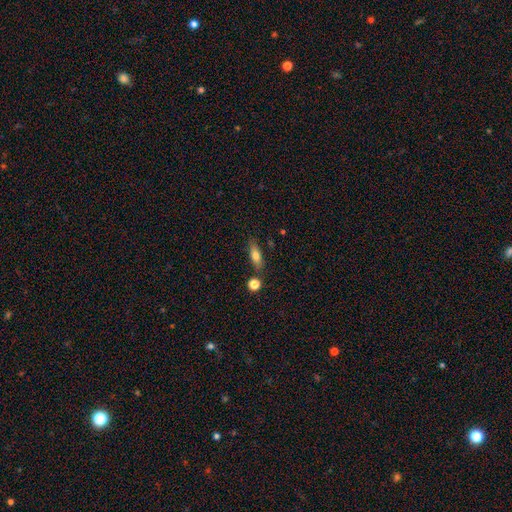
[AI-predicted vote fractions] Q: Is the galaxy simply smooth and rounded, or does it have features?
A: smooth — 73%.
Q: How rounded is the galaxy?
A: in between — 65%.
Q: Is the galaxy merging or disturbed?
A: none — 74%.